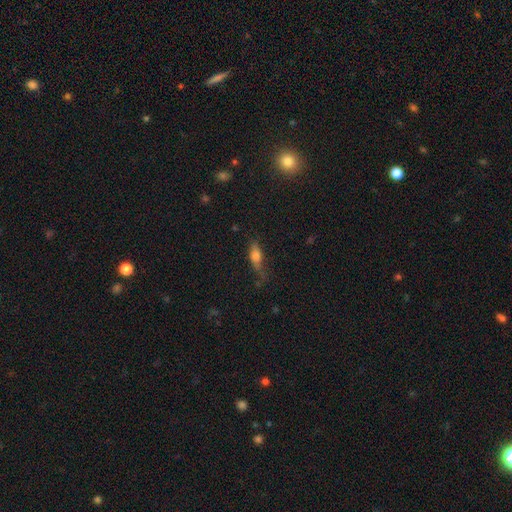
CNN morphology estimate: Smooth or featured?
  - smooth: 60% *
  - featured or disk: 29%
  - star or artifact: 11%
How rounded?
  - in between: 49% *
  - cigar-shaped: 46%
  - round: 4%
Merging?
  - none: 54% *
  - minor disturbance: 30%
  - major disturbance: 13%
  - merger: 3%